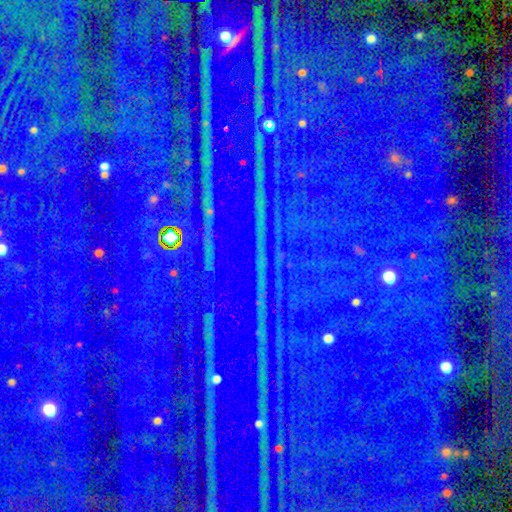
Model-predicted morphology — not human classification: smooth_or_featured: star or artifact (p=0.86) [alt: smooth p=0.07]